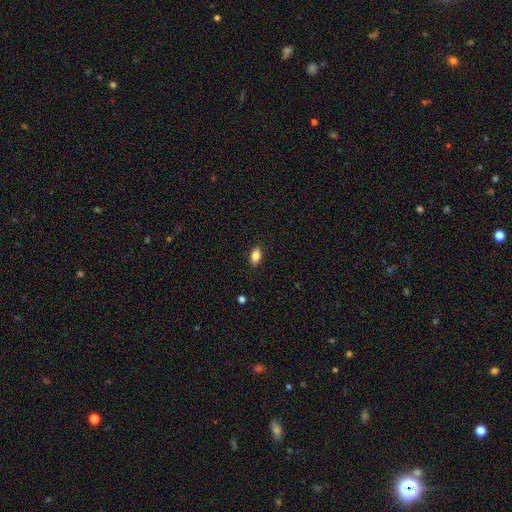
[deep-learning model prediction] A smooth galaxy with no disk features (85%) that is in between round and cigar-shaped (88%).

Vote fractions:
- Smooth or featured? smooth: 85% / star or artifact: 9% / featured or disk: 7%
- How rounded? in between: 88% / round: 6% / cigar-shaped: 6%
- Merging? none: 87% / minor disturbance: 9% / major disturbance: 2% / merger: 1%